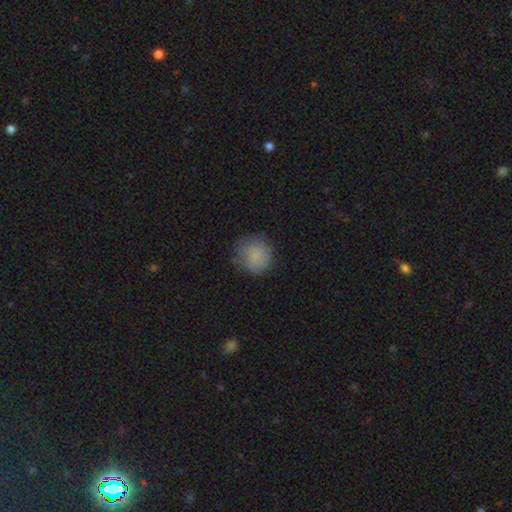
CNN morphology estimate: smooth_or_featured: smooth (p=0.82) [alt: featured or disk p=0.10]
how_rounded: round (p=0.89) [alt: in between p=0.10]
merging: none (p=0.68) [alt: minor disturbance p=0.22]